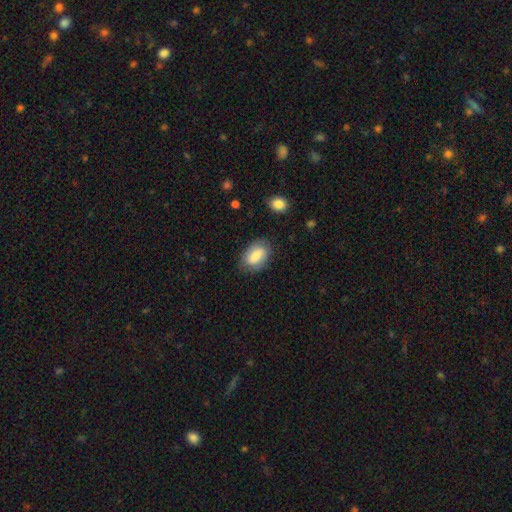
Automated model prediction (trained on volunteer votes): Smooth or featured: smooth — 79% (featured or disk — 14%)
How rounded: in between — 89% (round — 9%)
Merging: none — 78% (minor disturbance — 17%)